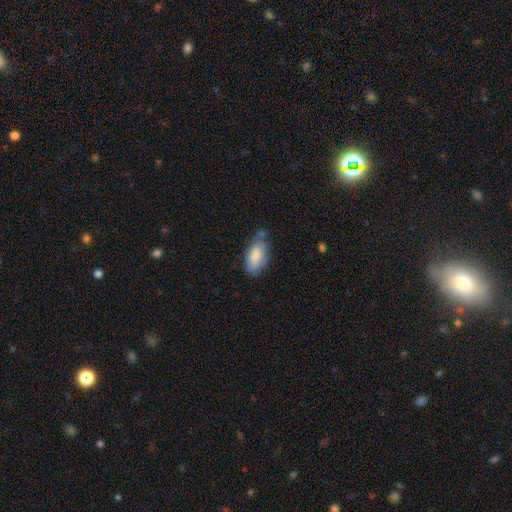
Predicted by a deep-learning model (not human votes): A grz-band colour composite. It shows a smooth galaxy with no disk features (80%) that is in between round and cigar-shaped (91%). Merging: none (57%).